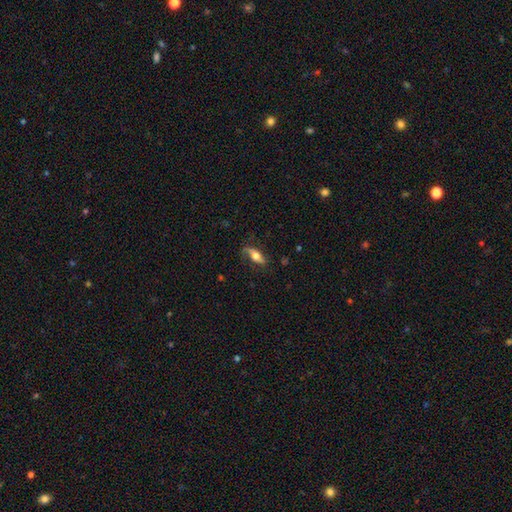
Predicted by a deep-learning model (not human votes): smooth 51%, featured or disk 43%, star or artifact 7%. Down the decision tree: how rounded — in between (66%); merging — none (66%).